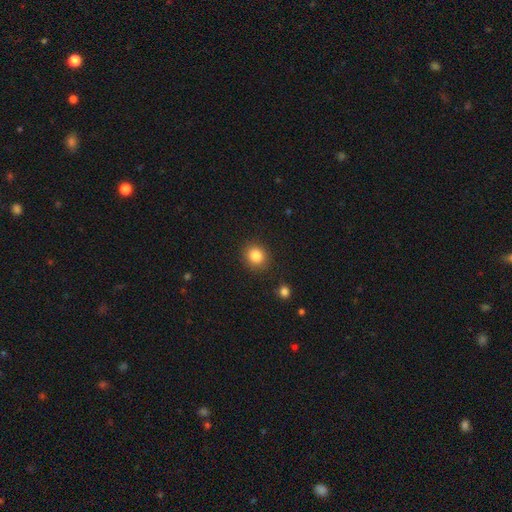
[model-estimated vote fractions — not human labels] smooth 85%, star or artifact 10%, featured or disk 5%. Down the decision tree: how rounded — round (82%); merging — none (88%).